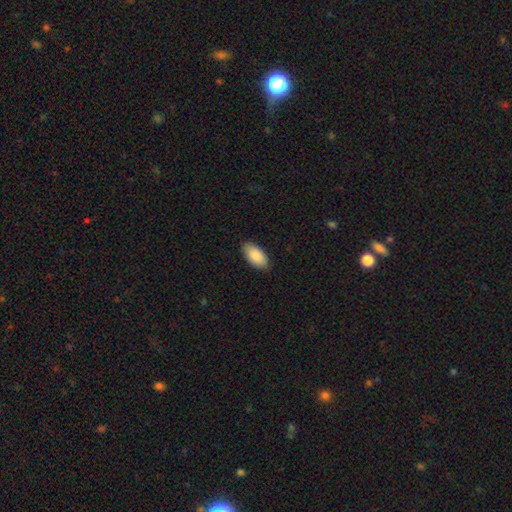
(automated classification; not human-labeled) smooth_or_featured: smooth (p=0.88) [alt: featured or disk p=0.06]
how_rounded: in between (p=0.95) [alt: cigar-shaped p=0.03]
merging: none (p=0.85) [alt: minor disturbance p=0.12]